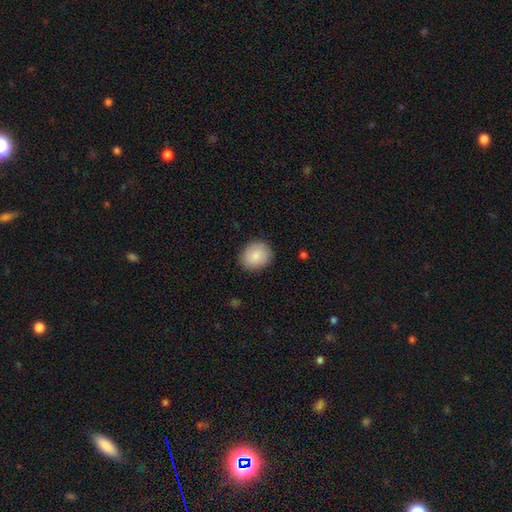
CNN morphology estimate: smooth-or-featured: smooth: 86% | featured or disk: 8% | star or artifact: 6%
  how-rounded: round: 67% | in between: 32% | cigar-shaped: 1%
  merging: none: 87% | minor disturbance: 10% | major disturbance: 2% | merger: 1%